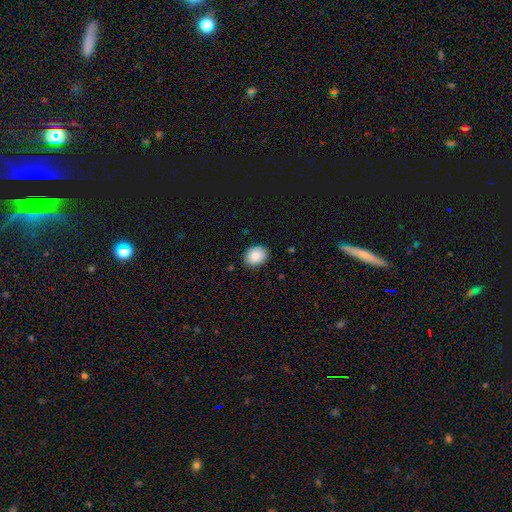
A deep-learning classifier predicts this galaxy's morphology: This appears to be a smooth galaxy with no disk features (87%) that is round (58%). Merging: none (87%).